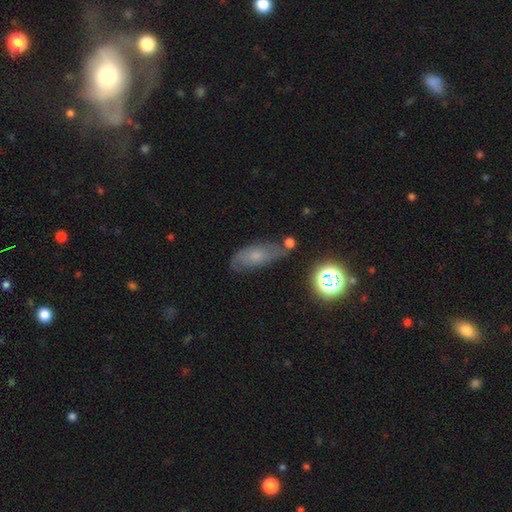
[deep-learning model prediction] Smooth or featured? smooth (49%)
Merging? none (59%)